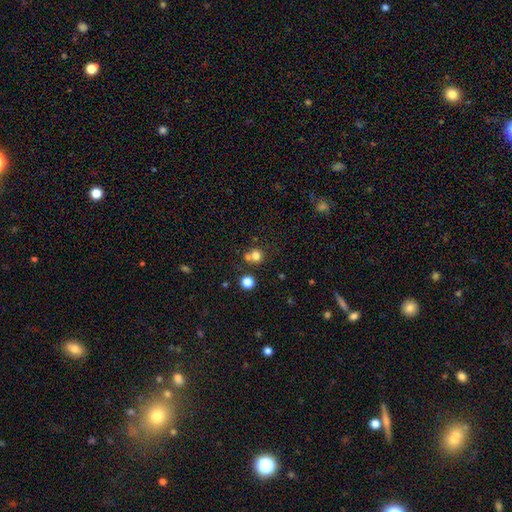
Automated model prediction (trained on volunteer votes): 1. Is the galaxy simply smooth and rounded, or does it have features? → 76% smooth, 15% star or artifact, 9% featured or disk.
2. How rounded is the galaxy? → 87% round, 12% in between, 1% cigar-shaped.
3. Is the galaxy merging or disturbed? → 56% none, 32% merger, 8% minor disturbance, 4% major disturbance.